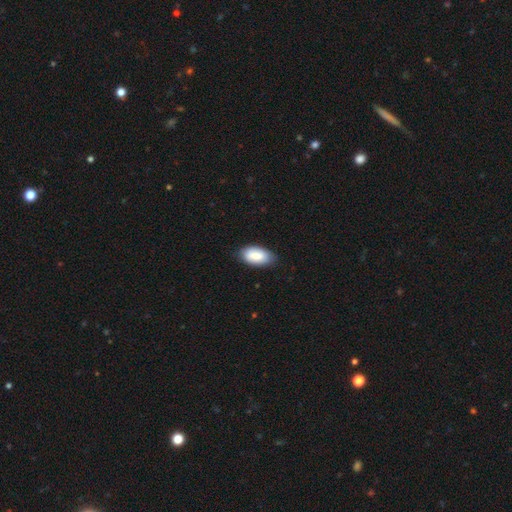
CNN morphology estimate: Q: Smooth or featured?
A: smooth (84%); runner-up: featured or disk (10%)
Q: How rounded?
A: in between (94%); runner-up: round (3%)
Q: Merging?
A: none (81%); runner-up: minor disturbance (16%)